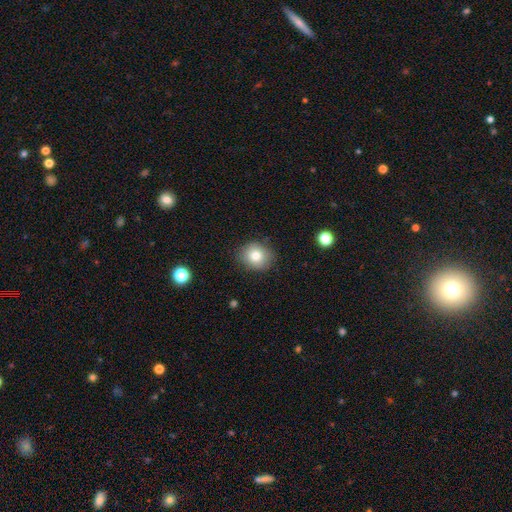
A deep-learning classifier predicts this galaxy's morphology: Smooth or featured? smooth (79%)
How rounded? round (71%)
Merging? none (83%)